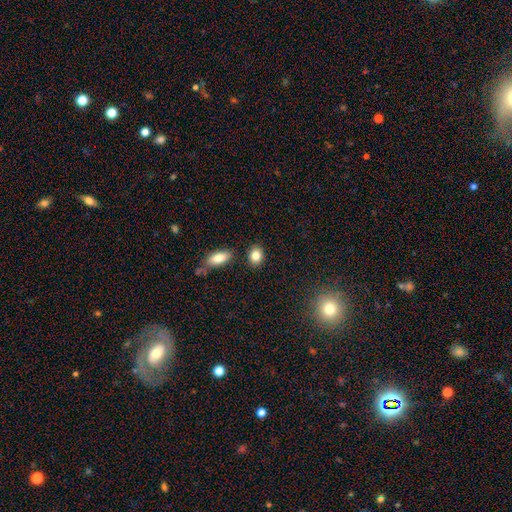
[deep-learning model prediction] Q: Smooth or featured?
A: smooth (84%); runner-up: star or artifact (9%)
Q: How rounded?
A: in between (53%); runner-up: round (46%)
Q: Merging?
A: none (83%); runner-up: minor disturbance (9%)